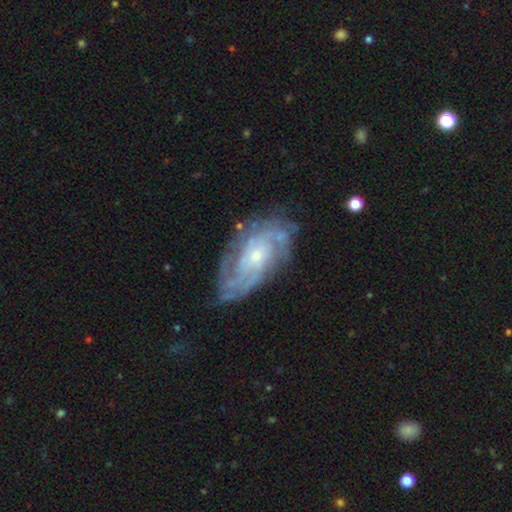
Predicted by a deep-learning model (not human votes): Smooth or featured: featured or disk — 85% (smooth — 9%)
Edge-on disk: no — 95% (yes — 5%)
Bar: no — 73% (weak — 22%)
Spiral arms: yes — 95% (no — 5%)
Spiral winding: tight — 58% (medium — 33%)
Spiral arm count: can't tell — 33% (2 — 18%)
Bulge size: small — 73% (moderate — 23%)
Merging: none — 72% (minor disturbance — 19%)